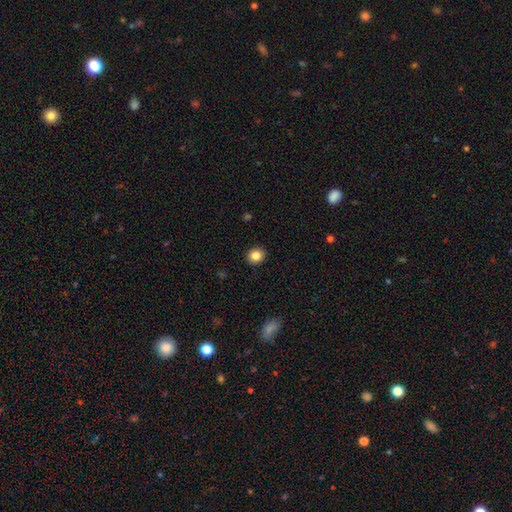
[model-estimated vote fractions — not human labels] Smooth or featured?
  - smooth: 85% *
  - star or artifact: 10%
  - featured or disk: 5%
How rounded?
  - round: 79% *
  - in between: 20%
  - cigar-shaped: 1%
Merging?
  - none: 92% *
  - minor disturbance: 6%
  - major disturbance: 2%
  - merger: 1%